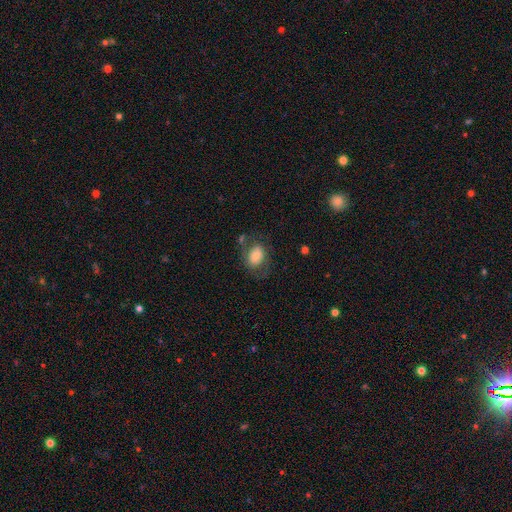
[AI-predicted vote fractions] smooth 70%, featured or disk 22%, star or artifact 8%. Down the decision tree: how rounded — in between (71%); merging — none (58%).